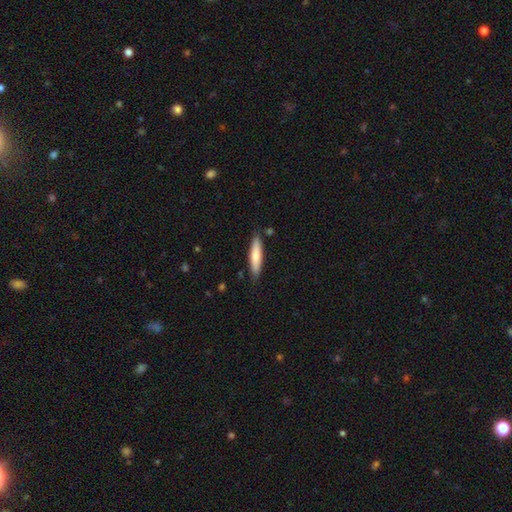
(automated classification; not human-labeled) A smooth galaxy with no disk features (72%) that is cigar-shaped (80%). Merging: none (84%).